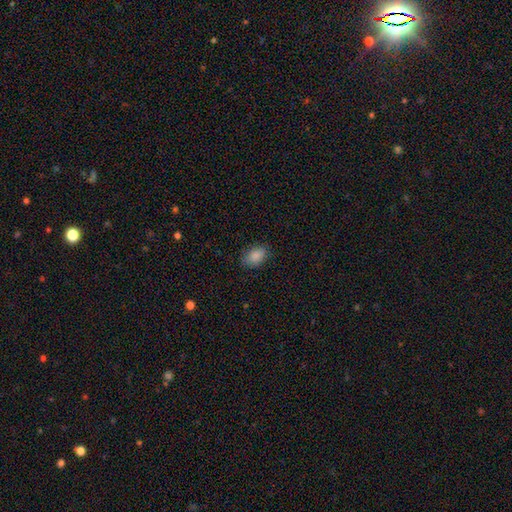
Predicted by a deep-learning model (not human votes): smooth-or-featured: smooth: 88% | star or artifact: 8% | featured or disk: 4%
  how-rounded: in between: 86% | round: 13% | cigar-shaped: 1%
  merging: none: 81% | minor disturbance: 14% | major disturbance: 3% | merger: 1%